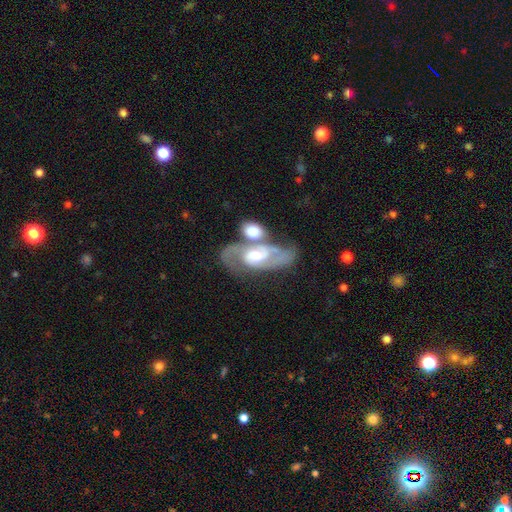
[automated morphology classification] featured or disk 81%, smooth 13%, star or artifact 5%. Down the decision tree: edge-on disk — no (93%); bar — no (47%); spiral arms — yes (89%); spiral arm count — 2 (83%); spiral winding — medium (50%); bulge size — moderate (63%); merging — merger (38%).